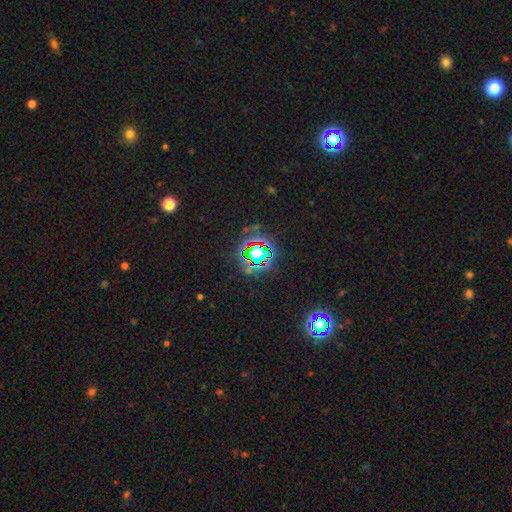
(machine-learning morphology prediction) A star or artifact, not a galaxy (77%).

Vote fractions:
- Smooth or featured? star or artifact: 77% / smooth: 13% / featured or disk: 10%